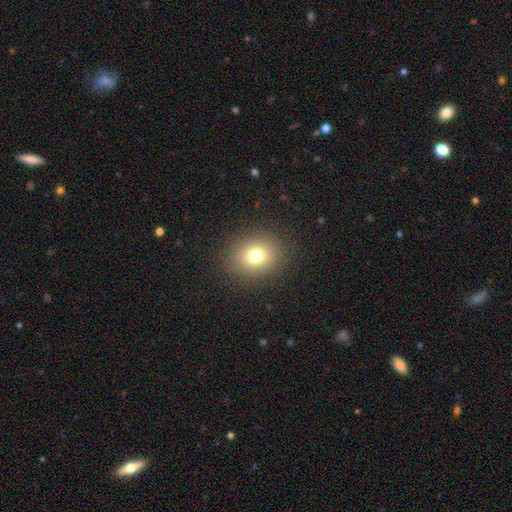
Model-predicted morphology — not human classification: smooth-or-featured: smooth: 75% | star or artifact: 15% | featured or disk: 10%
  how-rounded: round: 69% | in between: 30% | cigar-shaped: 1%
  merging: none: 88% | minor disturbance: 7% | major disturbance: 4% | merger: 1%